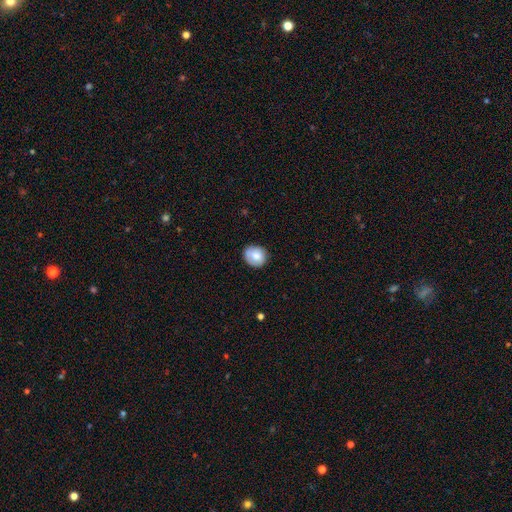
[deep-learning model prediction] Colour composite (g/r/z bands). It shows a smooth galaxy with no disk features (75%) that is round (71%). Merging: none (76%).